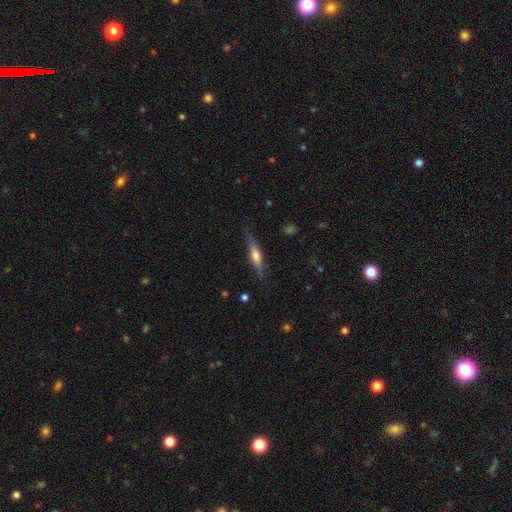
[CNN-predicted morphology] type=featured or disk (55%); edge-on=yes (94%); edge-on bulge=rounded (80%); merging=none (81%).